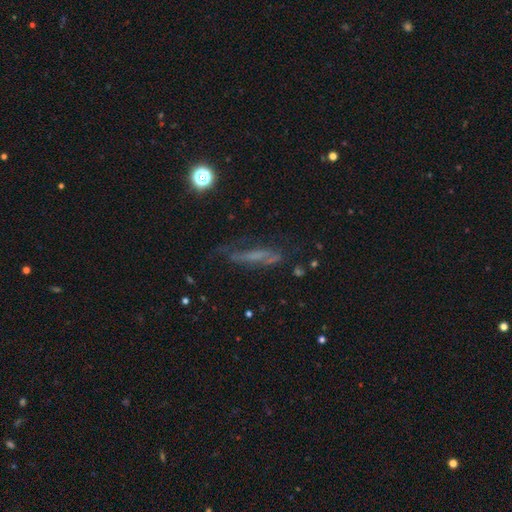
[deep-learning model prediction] featured or disk 48%, smooth 34%, star or artifact 19%. Down the decision tree: merging — none (54%).